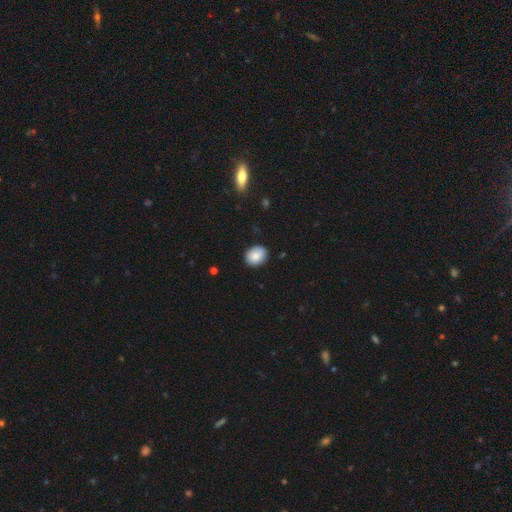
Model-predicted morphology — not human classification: type=smooth (87%); roundness=in between (53%); merging=none (86%).